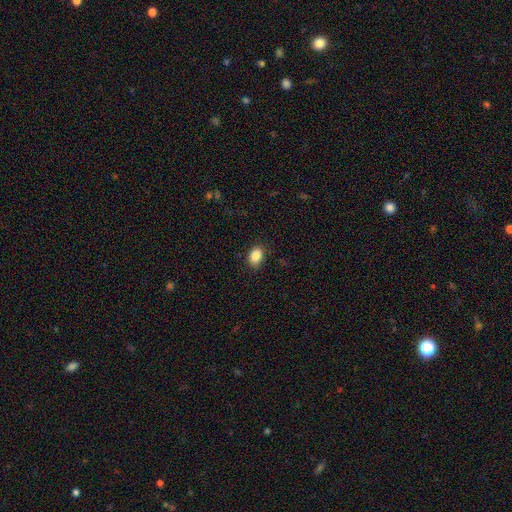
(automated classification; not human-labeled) smooth_or_featured: smooth (p=0.88) [alt: star or artifact p=0.09]
how_rounded: in between (p=0.77) [alt: round p=0.22]
merging: none (p=0.82) [alt: minor disturbance p=0.14]